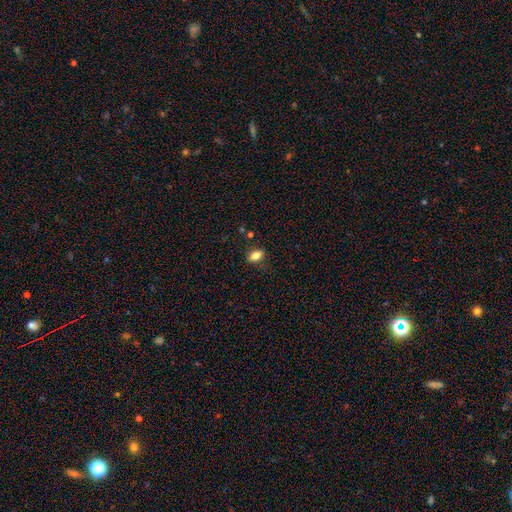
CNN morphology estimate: Smooth or featured? Predicted: smooth (p=0.82). How rounded? Predicted: in between (p=0.83). Merging? Predicted: none (p=0.81).